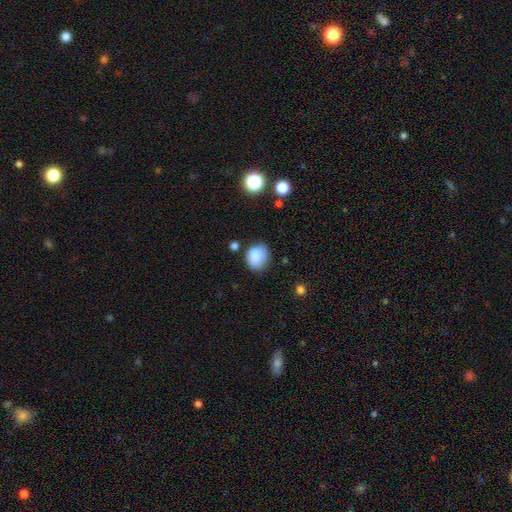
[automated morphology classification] The model was most divided on "how rounded": round: 53%, in between: 46%, cigar-shaped: 1%. More confident: smooth or featured — smooth (84%); merging — none (68%).